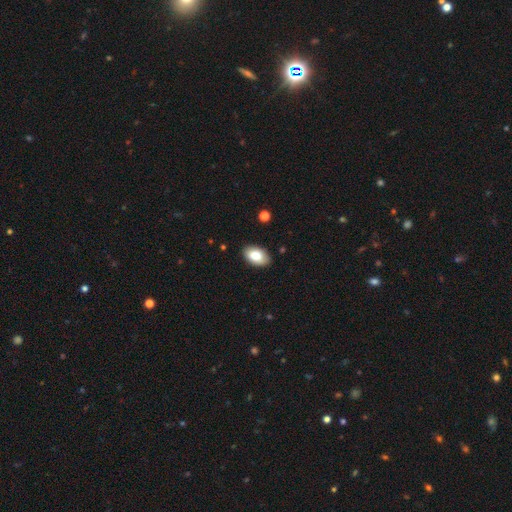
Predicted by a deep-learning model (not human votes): Smooth or featured? Predicted: smooth (p=0.80). How rounded? Predicted: in between (p=0.92). Merging? Predicted: none (p=0.88).